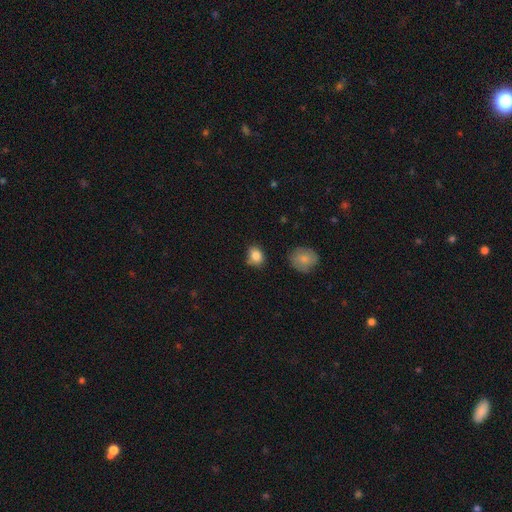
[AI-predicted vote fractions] This is clearly a smooth galaxy (85%). How rounded: possibly round (51%). Merging: likely none (72%).